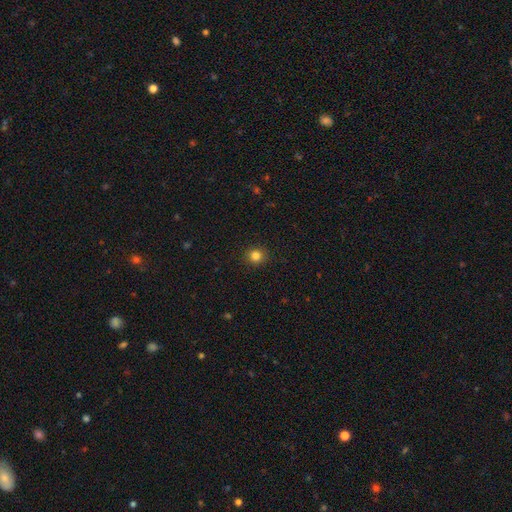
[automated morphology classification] This is clearly a smooth galaxy (83%). How rounded: clearly round (91%). Merging: clearly none (92%).